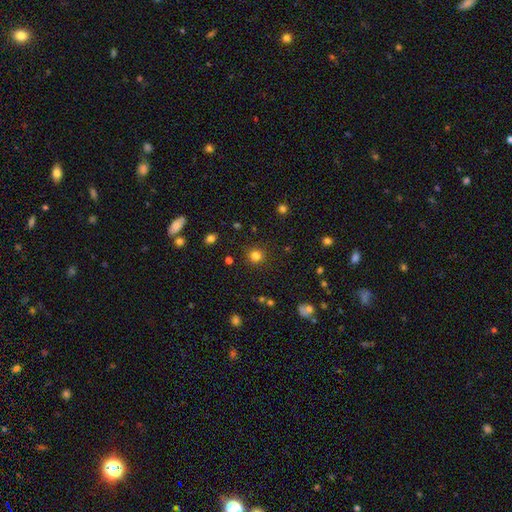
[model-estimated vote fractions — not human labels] Smooth or featured: smooth — 80% (star or artifact — 15%)
How rounded: round — 93% (in between — 6%)
Merging: none — 90% (minor disturbance — 6%)